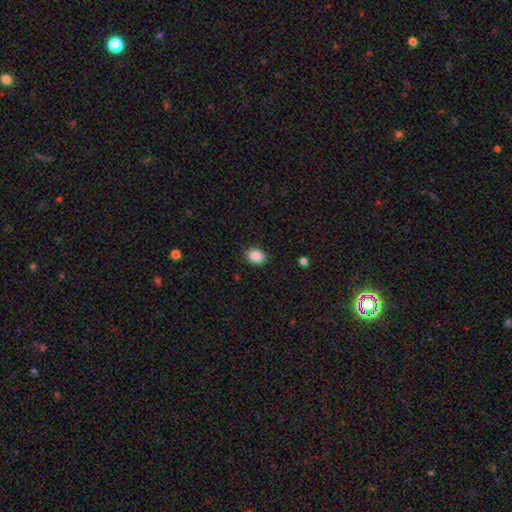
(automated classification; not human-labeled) smooth-or-featured: smooth: 88% | star or artifact: 9% | featured or disk: 4%
  how-rounded: in between: 56% | round: 43% | cigar-shaped: 1%
  merging: none: 88% | minor disturbance: 9% | major disturbance: 2% | merger: 1%